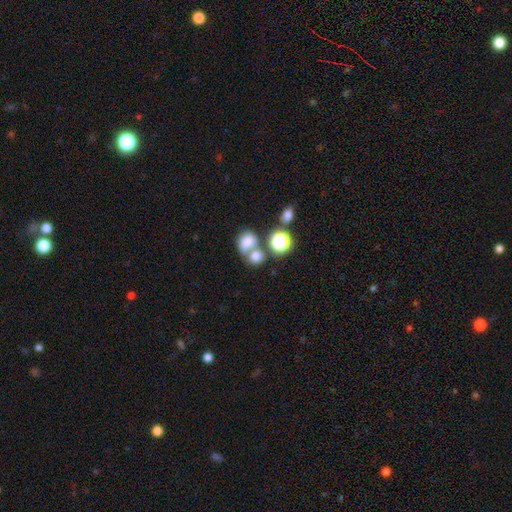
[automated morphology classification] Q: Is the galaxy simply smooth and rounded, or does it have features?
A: smooth — 73%.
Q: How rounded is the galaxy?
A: round — 59%.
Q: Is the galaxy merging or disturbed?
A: merger — 49%.